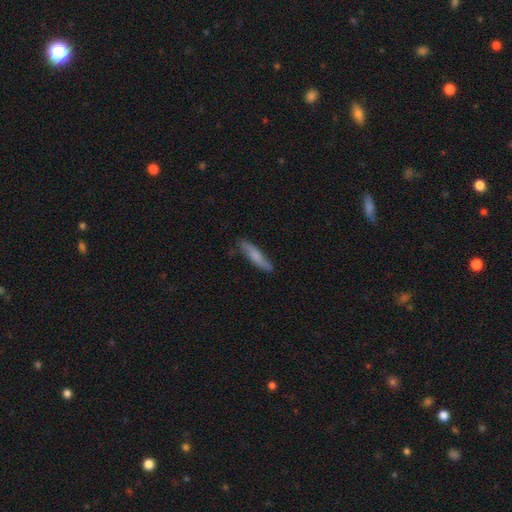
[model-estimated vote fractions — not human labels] Smooth or featured?
  - smooth: 66% *
  - featured or disk: 29%
  - star or artifact: 6%
How rounded?
  - cigar-shaped: 84% *
  - in between: 15%
  - round: 2%
Merging?
  - none: 80% *
  - minor disturbance: 16%
  - major disturbance: 3%
  - merger: 2%